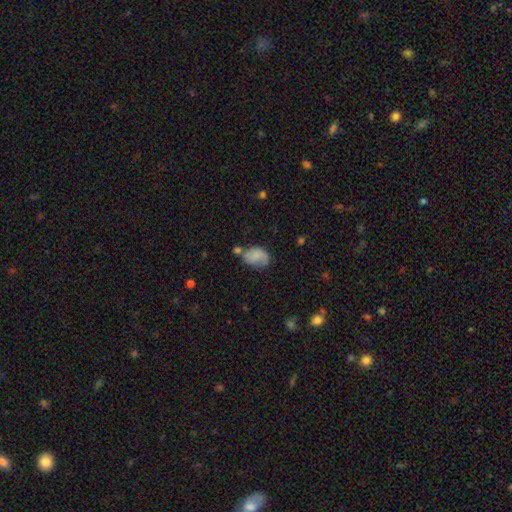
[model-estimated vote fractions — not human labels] Q: Smooth or featured?
A: smooth (73%); runner-up: featured or disk (18%)
Q: How rounded?
A: in between (80%); runner-up: round (19%)
Q: Merging?
A: none (45%); runner-up: minor disturbance (29%)